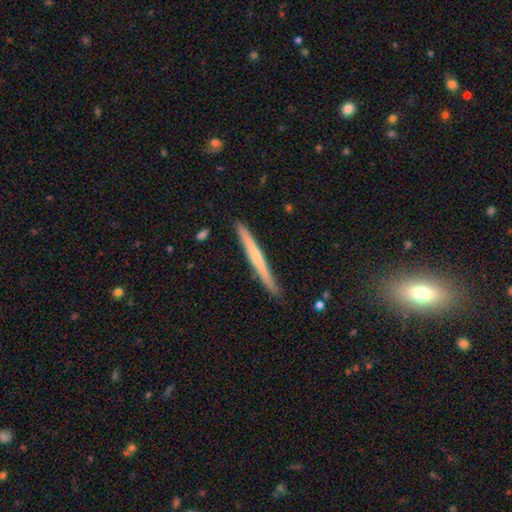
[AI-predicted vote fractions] This is possibly a featured or disk galaxy (56%). It is clearly viewed edge-on (97%). Edge-on bulge: likely none (63%). Merging: clearly none (90%).